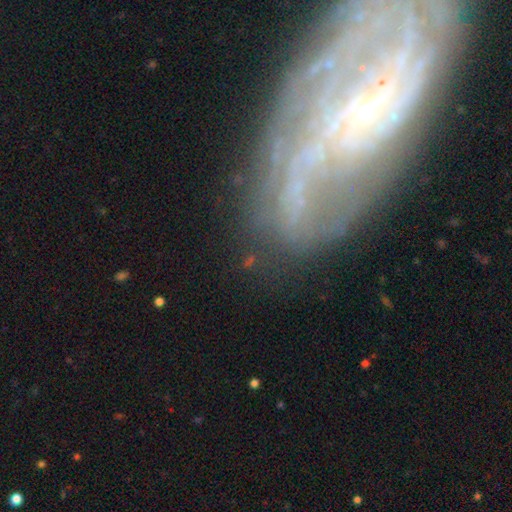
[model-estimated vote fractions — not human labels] Smooth or featured: featured or disk — 66% (star or artifact — 17%)
Edge-on disk: no — 91% (yes — 9%)
Bar: no — 56% (weak — 27%)
Spiral arms: yes — 62% (no — 38%)
Bulge size: small — 55% (none — 22%)
Merging: none — 53% (major disturbance — 22%)